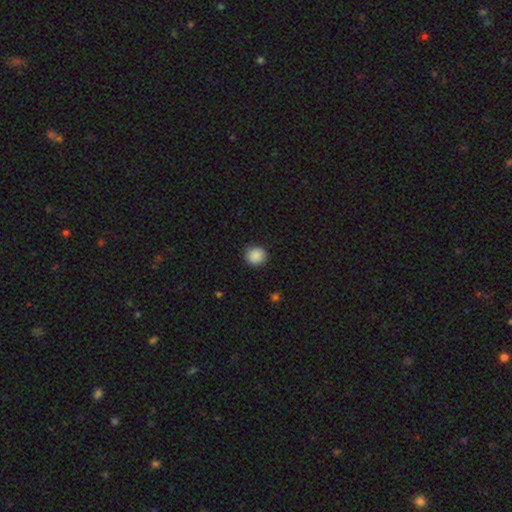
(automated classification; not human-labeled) This appears to be a smooth galaxy with no disk features (89%) that is round (91%). Merging: none (90%).